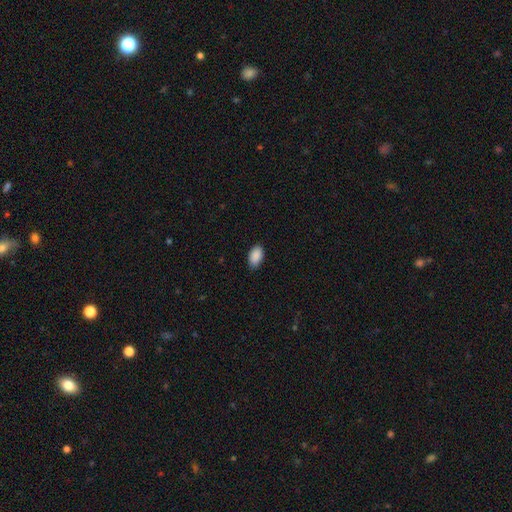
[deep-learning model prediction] smooth 91%, star or artifact 7%, featured or disk 3%. Down the decision tree: how rounded — in between (94%); merging — none (86%).